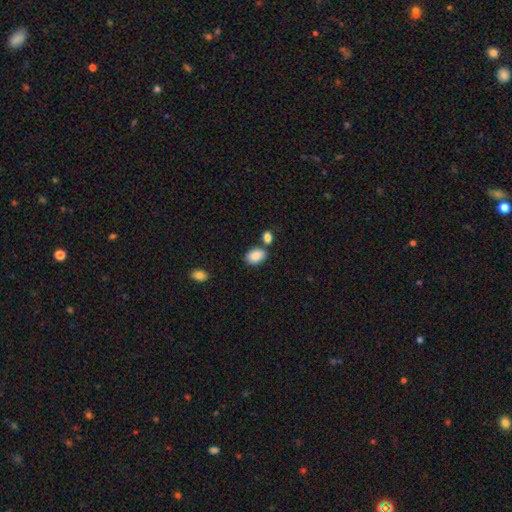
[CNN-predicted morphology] smooth-or-featured: smooth: 88% | star or artifact: 7% | featured or disk: 5%
  how-rounded: in between: 87% | round: 12% | cigar-shaped: 1%
  merging: none: 66% | merger: 17% | minor disturbance: 14% | major disturbance: 4%